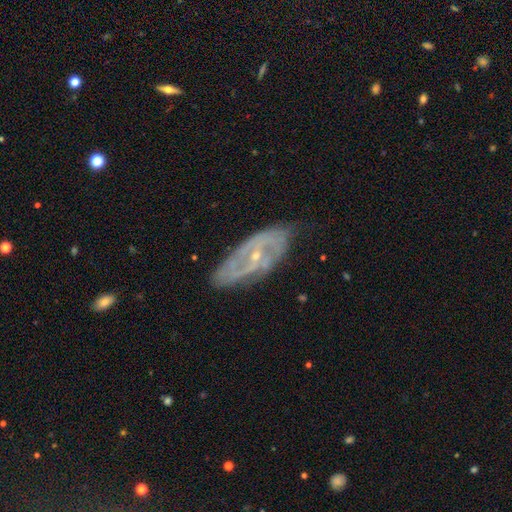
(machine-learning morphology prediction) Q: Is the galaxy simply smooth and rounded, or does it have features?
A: featured or disk — 80%.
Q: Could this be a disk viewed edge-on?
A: no — 88%.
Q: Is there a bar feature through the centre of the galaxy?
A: no — 45%.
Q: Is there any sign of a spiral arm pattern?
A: yes — 81%.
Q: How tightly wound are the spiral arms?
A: medium — 41%.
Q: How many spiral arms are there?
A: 2 — 56%.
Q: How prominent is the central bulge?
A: small — 77%.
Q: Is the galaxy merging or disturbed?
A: none — 71%.